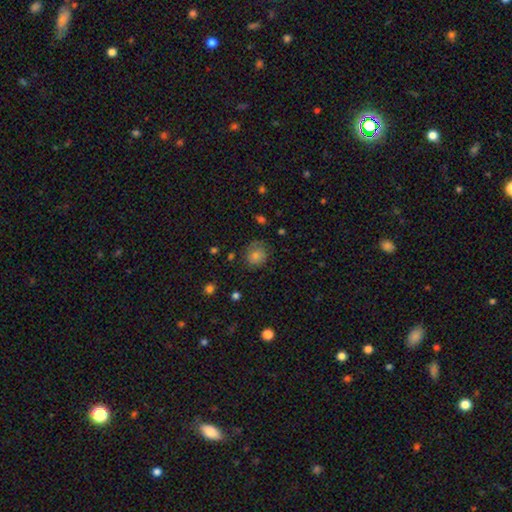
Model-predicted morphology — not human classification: A smooth galaxy with no disk features (67%) that is round (80%). Merging: none (72%).